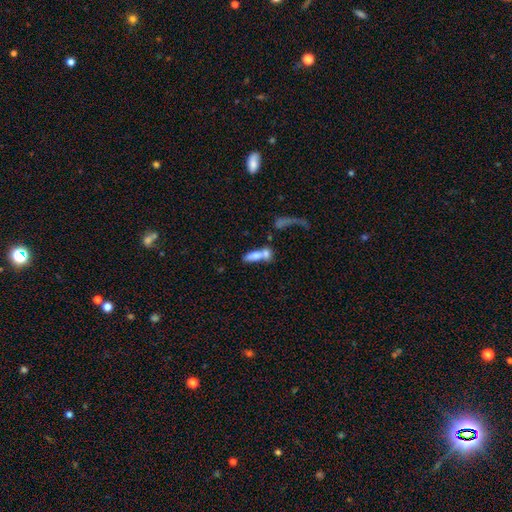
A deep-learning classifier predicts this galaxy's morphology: smooth_or_featured: smooth (p=0.68) [alt: featured or disk p=0.23]
how_rounded: in between (p=0.62) [alt: cigar-shaped p=0.32]
merging: merger (p=0.61) [alt: none p=0.20]